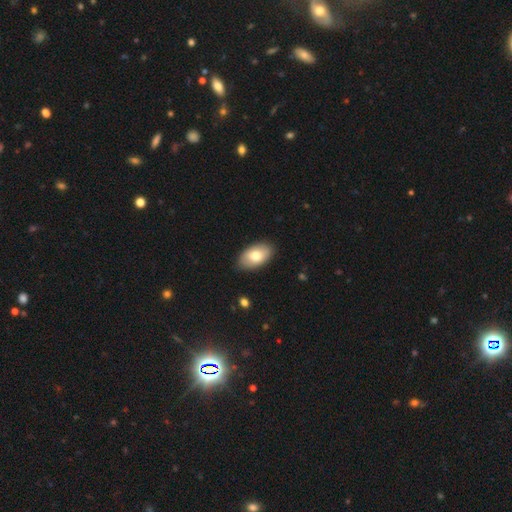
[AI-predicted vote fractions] A smooth galaxy with no disk features (76%) that is in between round and cigar-shaped (94%).

Vote fractions:
- Smooth or featured? smooth: 76% / featured or disk: 19% / star or artifact: 6%
- How rounded? in between: 94% / round: 5% / cigar-shaped: 1%
- Merging? none: 87% / minor disturbance: 10% / major disturbance: 2% / merger: 1%